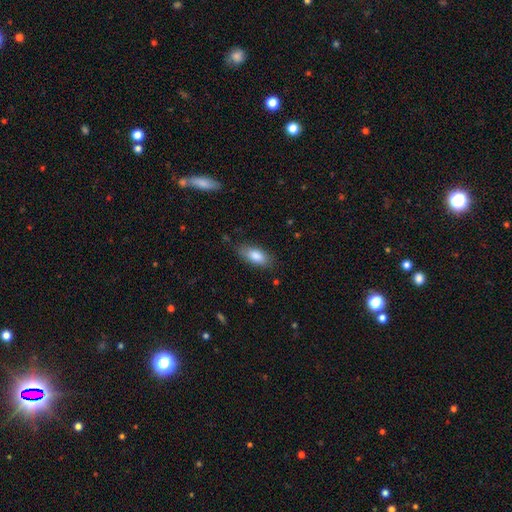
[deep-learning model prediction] smooth 84%, featured or disk 9%, star or artifact 6%. Down the decision tree: how rounded — in between (85%); merging — none (79%).